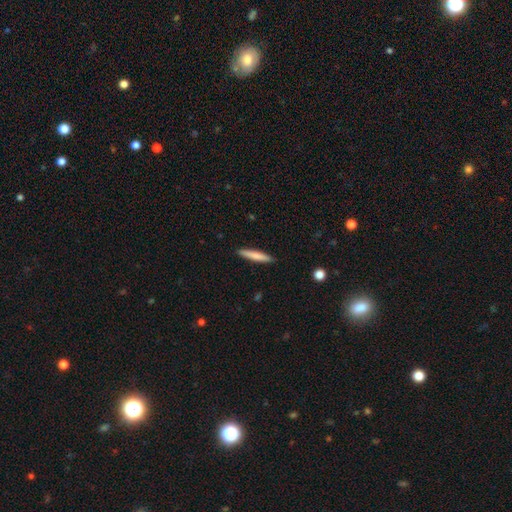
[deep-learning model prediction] Smooth or featured? smooth (74%)
How rounded? cigar-shaped (93%)
Merging? none (90%)